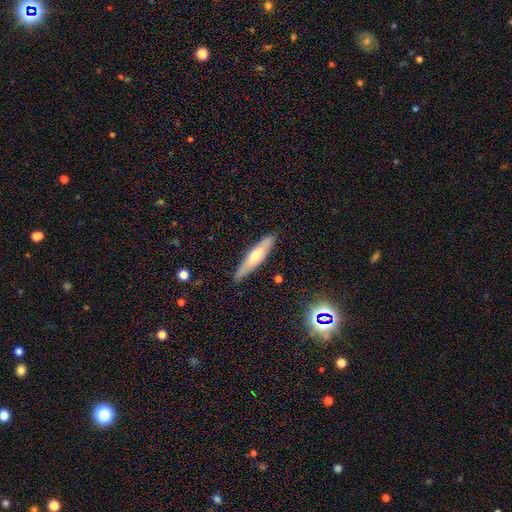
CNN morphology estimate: This appears to be a smooth galaxy with no disk features (51%) that is cigar-shaped (82%). Merging: none (87%).